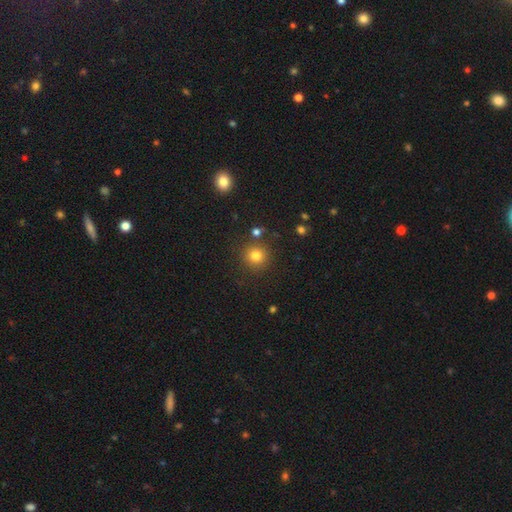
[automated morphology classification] Smooth or featured? smooth (80%)
How rounded? round (93%)
Merging? none (85%)